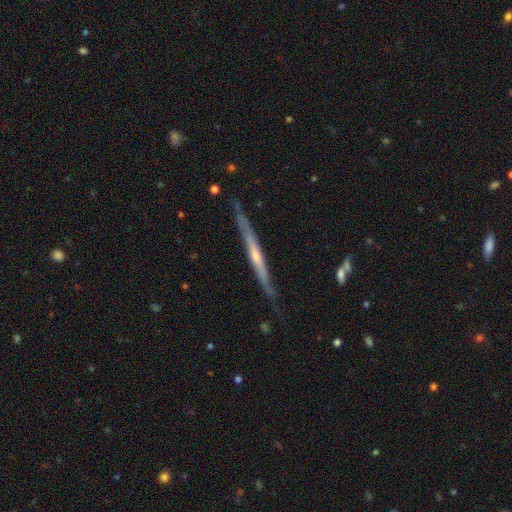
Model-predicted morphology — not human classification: type=featured or disk (78%); edge-on=yes (97%); edge-on bulge=rounded (65%); merging=none (85%).